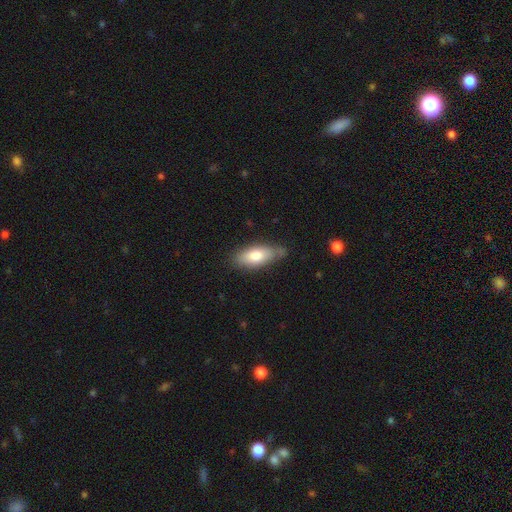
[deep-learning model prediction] Smooth or featured?
  - smooth: 77% *
  - featured or disk: 17%
  - star or artifact: 6%
How rounded?
  - in between: 77% *
  - cigar-shaped: 21%
  - round: 2%
Merging?
  - none: 66% *
  - minor disturbance: 26%
  - major disturbance: 5%
  - merger: 3%